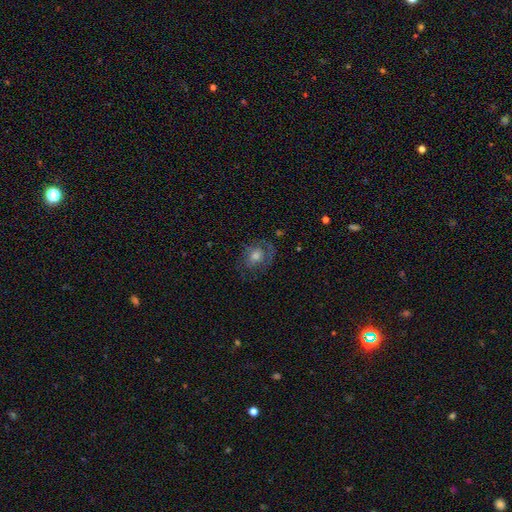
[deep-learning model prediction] Q: Smooth or featured?
A: featured or disk (59%); runner-up: smooth (28%)
Q: Edge-on disk?
A: no (96%); runner-up: yes (4%)
Q: Bar?
A: no (76%); runner-up: weak (20%)
Q: Spiral arms?
A: yes (76%); runner-up: no (24%)
Q: Bulge size?
A: moderate (61%); runner-up: small (20%)
Q: Merging?
A: none (71%); runner-up: minor disturbance (17%)